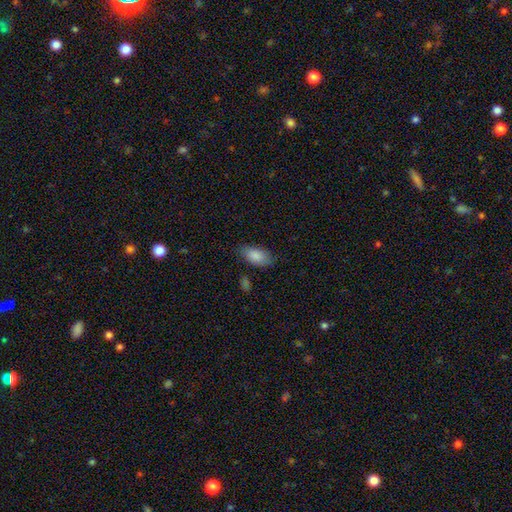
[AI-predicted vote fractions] smooth_or_featured: smooth (p=0.87) [alt: star or artifact p=0.07]
how_rounded: in between (p=0.92) [alt: cigar-shaped p=0.06]
merging: none (p=0.79) [alt: minor disturbance p=0.15]